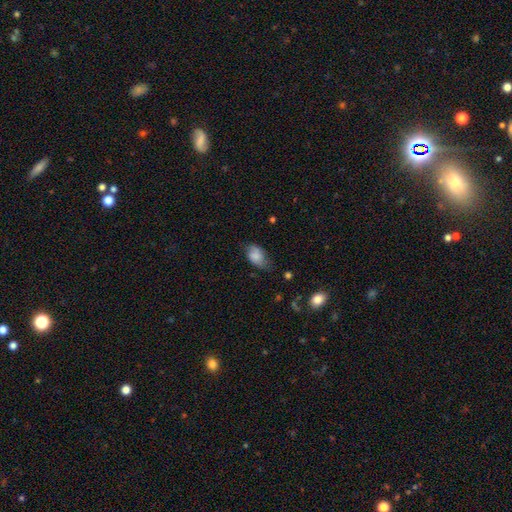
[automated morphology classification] A smooth galaxy with no disk features (74%) that is in between round and cigar-shaped (89%). Merging: none (56%).